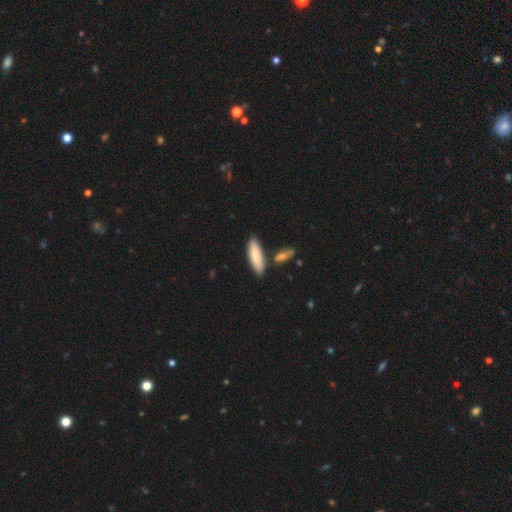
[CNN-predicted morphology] The model was most divided on "how rounded": in between: 54%, cigar-shaped: 44%, round: 2%. More confident: smooth or featured — smooth (82%); merging — none (78%).